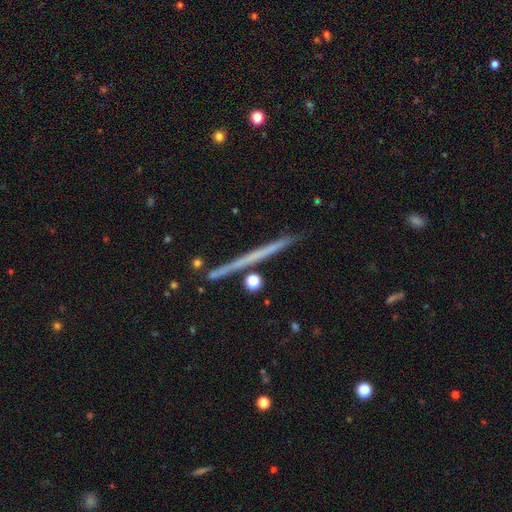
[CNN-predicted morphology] This appears to be a featured or disk galaxy (60%) viewed edge-on (98%) with no central bulge (84%). Merging: none (90%).